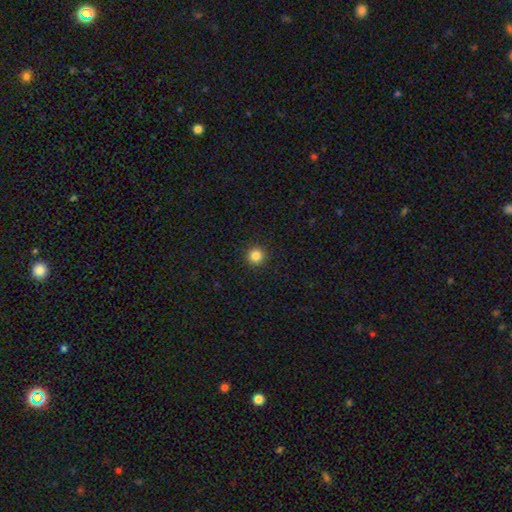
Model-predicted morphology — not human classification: A smooth galaxy with no disk features (85%) that is round (96%). Merging: none (93%).